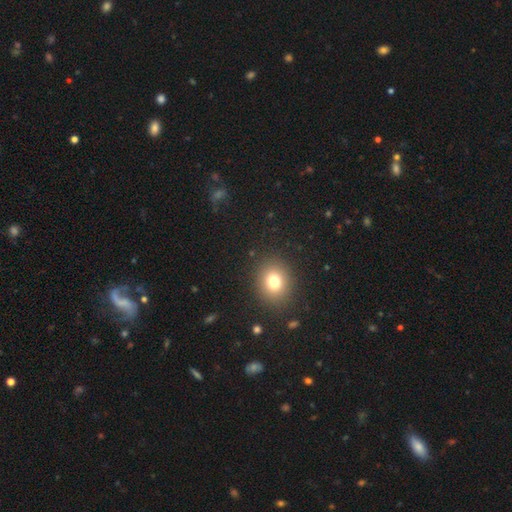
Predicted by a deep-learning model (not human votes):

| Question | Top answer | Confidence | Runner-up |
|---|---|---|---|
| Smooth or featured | smooth | 64% | star or artifact (28%) |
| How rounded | round | 80% | in between (19%) |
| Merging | none | 91% | minor disturbance (6%) |